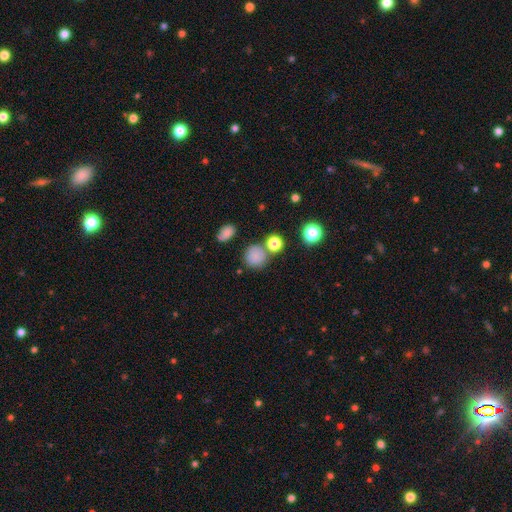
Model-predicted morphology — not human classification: Overall: smooth (80%). How rounded: round (86%). Merging: none (69%).